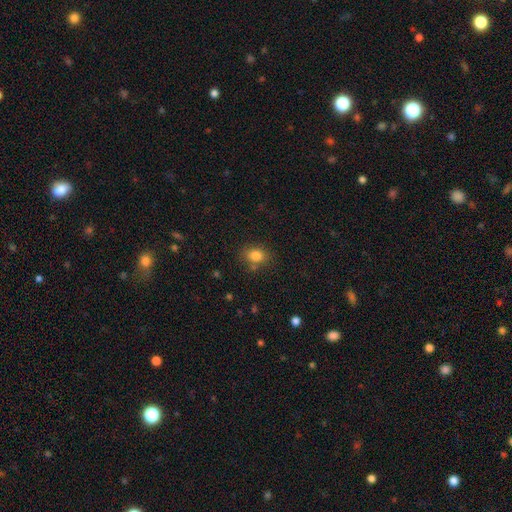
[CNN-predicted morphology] A smooth galaxy with no disk features (83%) that is in between round and cigar-shaped (54%). Merging: none (76%).